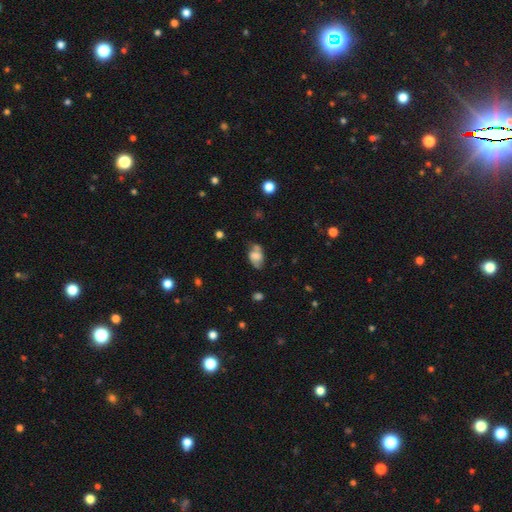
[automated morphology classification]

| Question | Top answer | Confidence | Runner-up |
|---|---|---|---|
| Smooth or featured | featured or disk | 46% | smooth (44%) |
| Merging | none | 54% | minor disturbance (27%) |